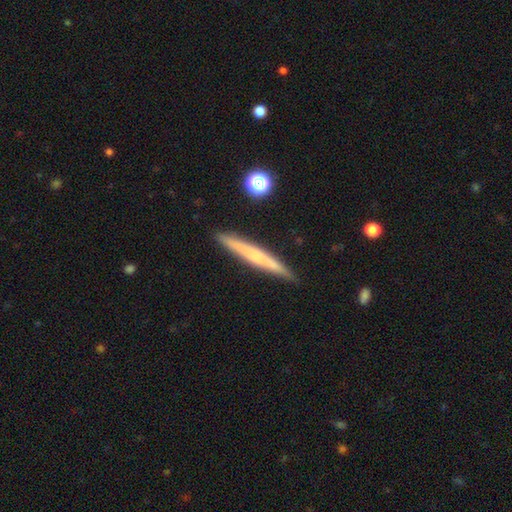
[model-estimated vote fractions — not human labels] featured or disk 49%, smooth 44%, star or artifact 7%. Down the decision tree: merging — none (89%).